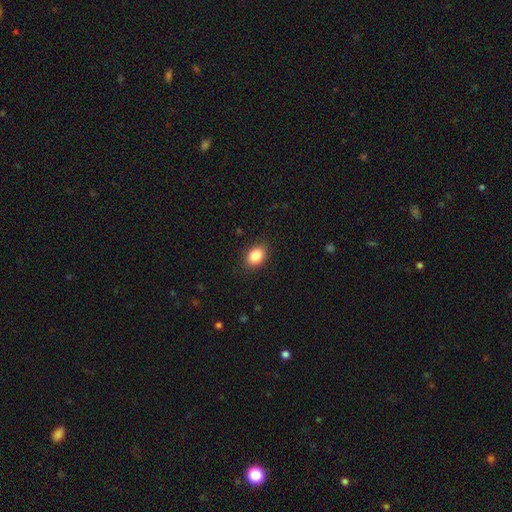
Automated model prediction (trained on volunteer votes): Overall: smooth (86%). How rounded: in between (68%; round 31%). Merging: none (87%).